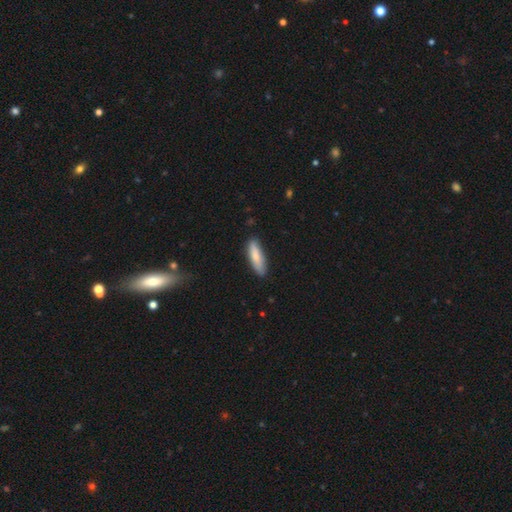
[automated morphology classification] Smooth or featured: smooth — 79% (featured or disk — 16%)
How rounded: cigar-shaped — 61% (in between — 38%)
Merging: none — 85% (minor disturbance — 12%)